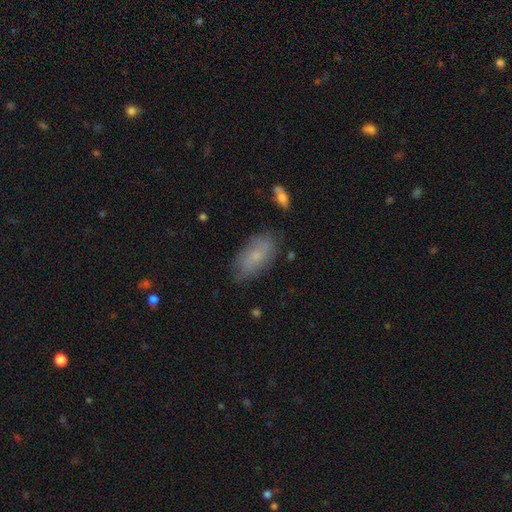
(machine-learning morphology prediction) Q: Smooth or featured?
A: smooth (70%); runner-up: featured or disk (22%)
Q: How rounded?
A: in between (90%); runner-up: cigar-shaped (6%)
Q: Merging?
A: none (74%); runner-up: minor disturbance (19%)